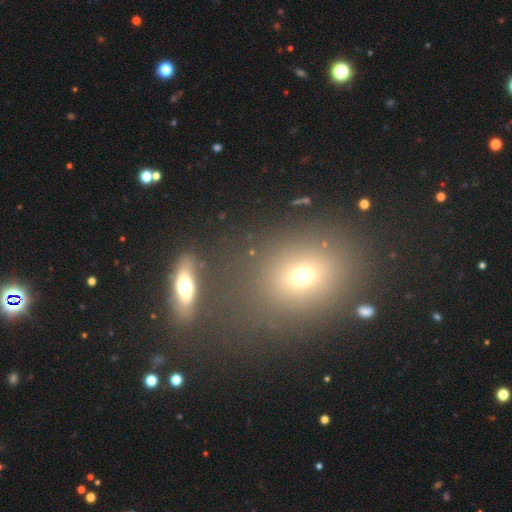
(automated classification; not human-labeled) smooth 52%, star or artifact 32%, featured or disk 16%. Down the decision tree: how rounded — in between (52%); merging — none (74%).